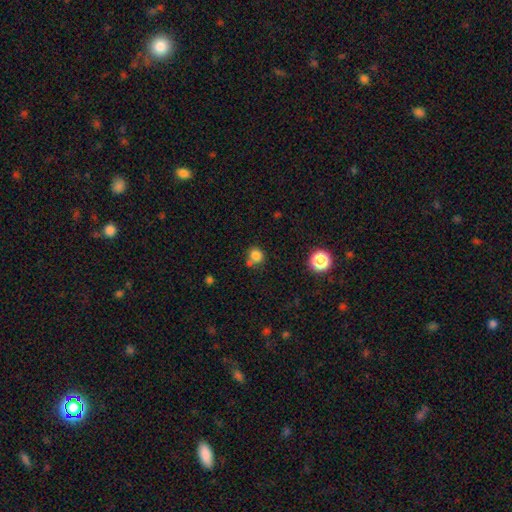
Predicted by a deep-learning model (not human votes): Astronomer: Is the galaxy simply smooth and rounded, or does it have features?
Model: smooth — 81%.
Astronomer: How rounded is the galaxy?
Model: round — 83%.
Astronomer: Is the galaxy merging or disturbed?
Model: none — 63%.